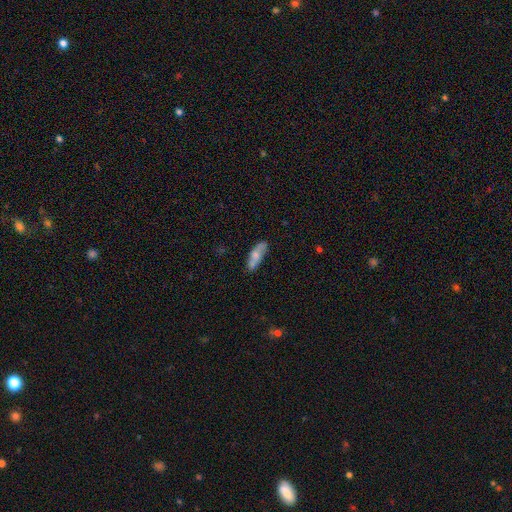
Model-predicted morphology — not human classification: type=smooth (64%); roundness=in between (57%); merging=none (69%).